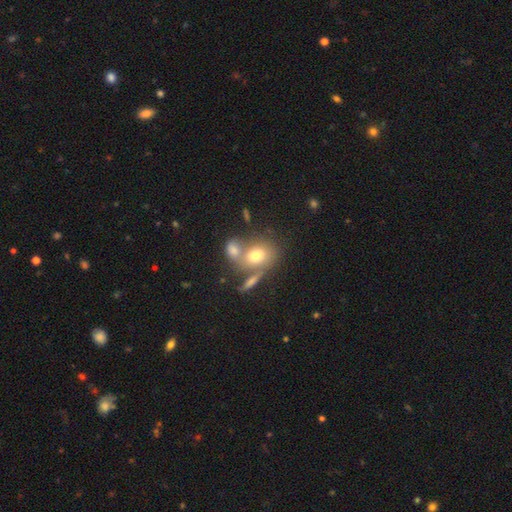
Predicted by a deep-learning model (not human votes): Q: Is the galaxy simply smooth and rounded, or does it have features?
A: smooth — 71%.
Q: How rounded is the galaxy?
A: in between — 54%.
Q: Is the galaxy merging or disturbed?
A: merger — 43%.